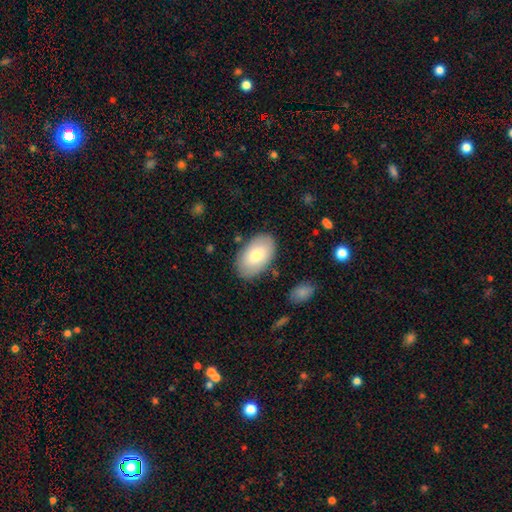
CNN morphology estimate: Q: Smooth or featured?
A: smooth (74%); runner-up: featured or disk (20%)
Q: How rounded?
A: in between (94%); runner-up: round (5%)
Q: Merging?
A: none (84%); runner-up: minor disturbance (12%)